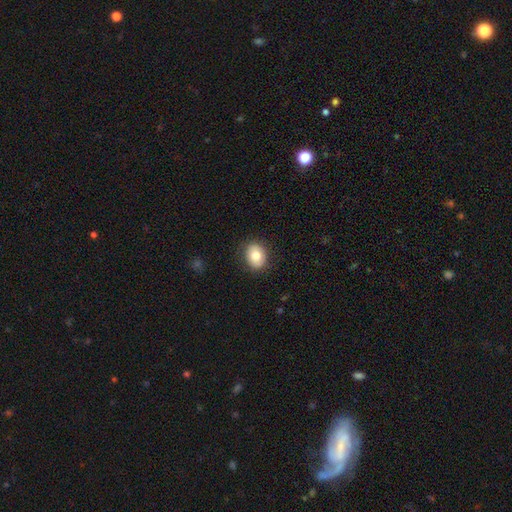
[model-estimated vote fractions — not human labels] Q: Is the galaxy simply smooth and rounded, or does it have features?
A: smooth — 78%.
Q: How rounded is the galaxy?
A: round — 50%.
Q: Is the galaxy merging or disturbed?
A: none — 86%.